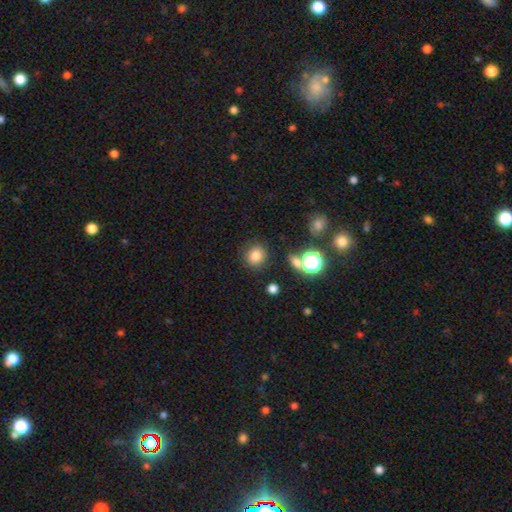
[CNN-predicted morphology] This appears to be a smooth galaxy with no disk features (78%) that is round (86%). Merging: none (84%).